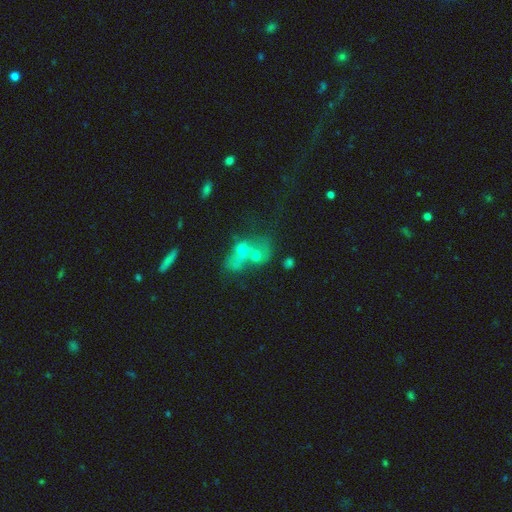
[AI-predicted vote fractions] Smooth or featured?
  - smooth: 47% *
  - featured or disk: 37%
  - star or artifact: 17%
Merging?
  - merger: 70% *
  - none: 13%
  - major disturbance: 11%
  - minor disturbance: 6%